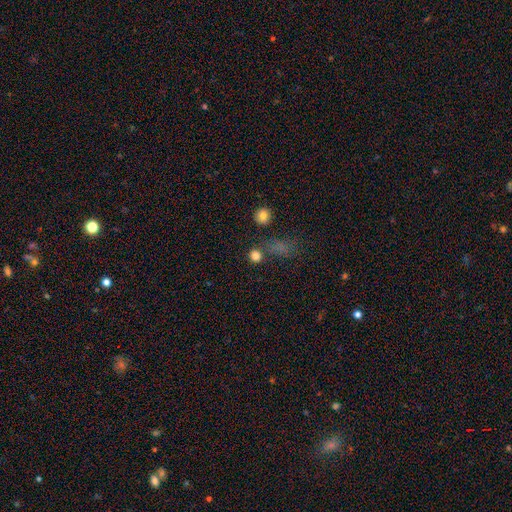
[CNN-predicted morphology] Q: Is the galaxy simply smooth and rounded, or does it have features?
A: smooth — 80%.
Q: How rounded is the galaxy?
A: round — 89%.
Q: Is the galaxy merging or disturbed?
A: none — 74%.